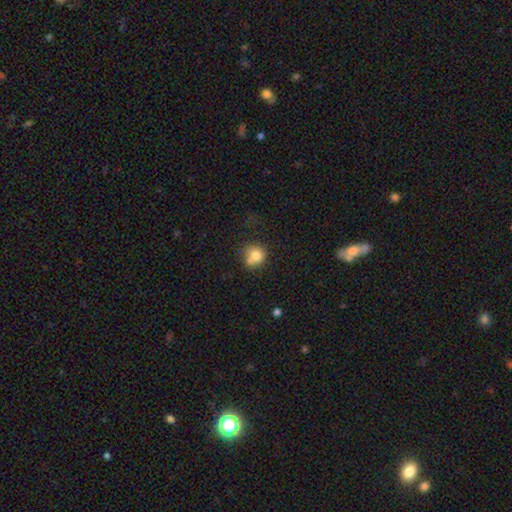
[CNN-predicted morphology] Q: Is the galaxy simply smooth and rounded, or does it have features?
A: smooth — 77%.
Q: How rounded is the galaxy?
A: round — 85%.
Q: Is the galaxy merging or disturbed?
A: none — 52%.